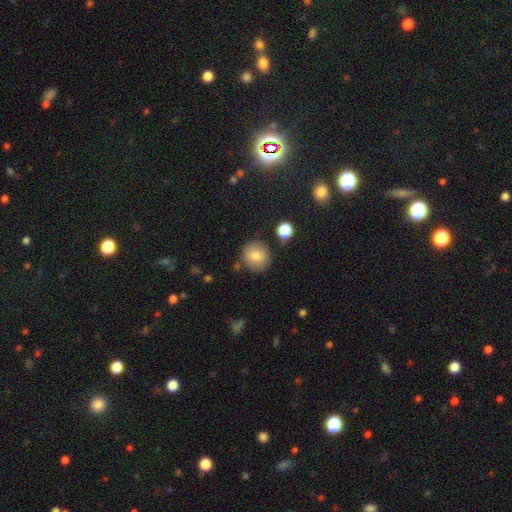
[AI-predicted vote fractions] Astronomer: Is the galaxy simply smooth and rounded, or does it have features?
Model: smooth — 81%.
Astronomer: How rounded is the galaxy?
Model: round — 87%.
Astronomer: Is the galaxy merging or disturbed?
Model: none — 82%.